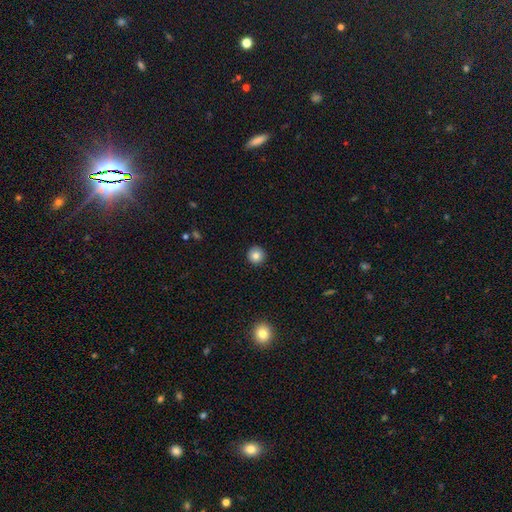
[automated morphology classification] This appears to be a smooth galaxy with no disk features (84%) that is round (95%). Merging: none (92%).